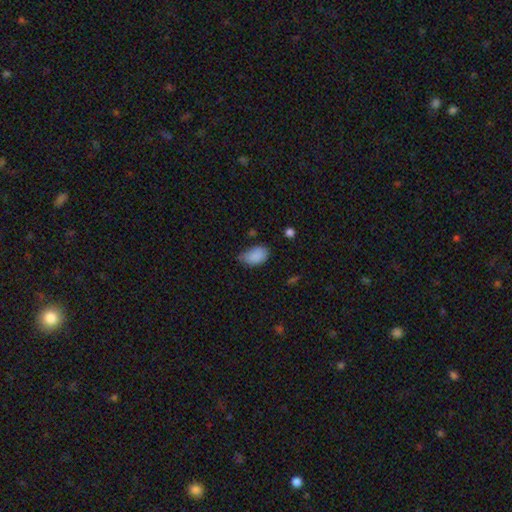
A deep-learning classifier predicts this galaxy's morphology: type=smooth (87%); roundness=in between (91%); merging=none (53%).